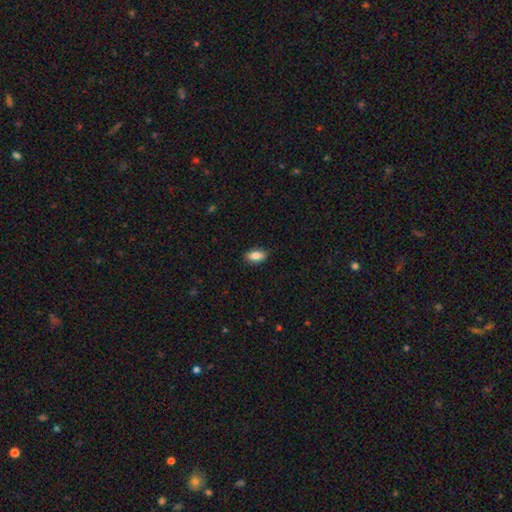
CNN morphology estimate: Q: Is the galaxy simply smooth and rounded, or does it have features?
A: smooth — 81%.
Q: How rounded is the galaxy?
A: in between — 89%.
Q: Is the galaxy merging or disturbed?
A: none — 87%.